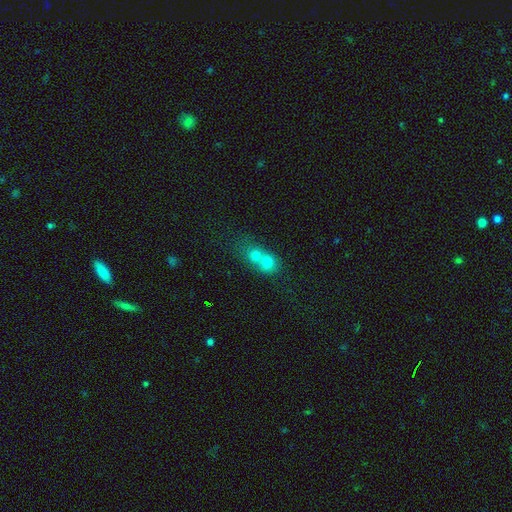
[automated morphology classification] Smooth or featured: smooth — 71% (featured or disk — 17%)
How rounded: round — 73% (in between — 26%)
Merging: merger — 71% (none — 22%)